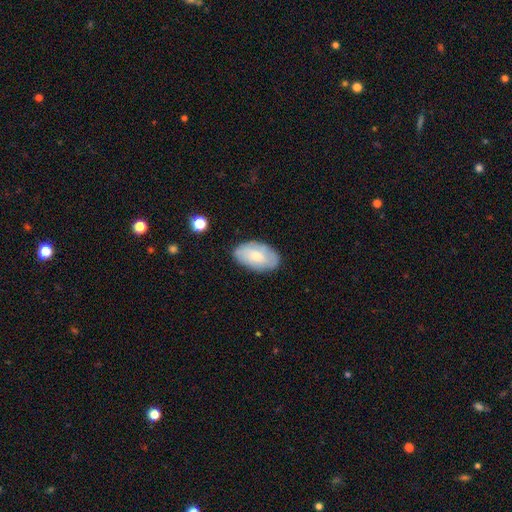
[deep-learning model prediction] smooth_or_featured: smooth (p=0.63) [alt: featured or disk p=0.30]
how_rounded: in between (p=0.94) [alt: round p=0.05]
merging: none (p=0.80) [alt: minor disturbance p=0.15]